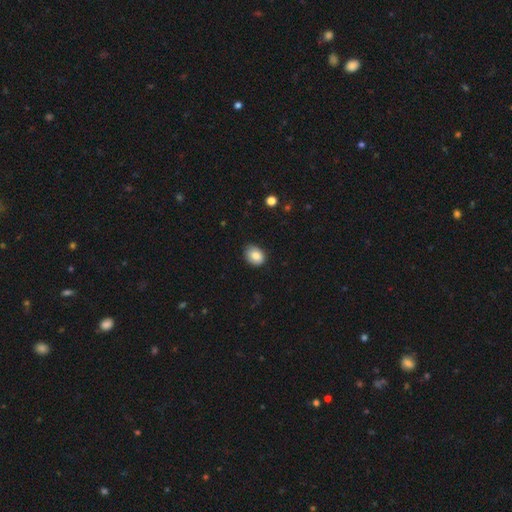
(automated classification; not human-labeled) Q: Smooth or featured?
A: smooth (82%); runner-up: featured or disk (9%)
Q: How rounded?
A: in between (57%); runner-up: round (43%)
Q: Merging?
A: none (80%); runner-up: minor disturbance (16%)